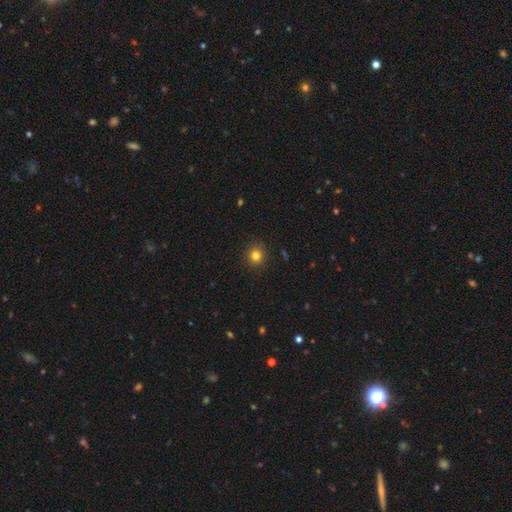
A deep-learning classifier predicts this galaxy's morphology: Smooth or featured?
  - smooth: 81% *
  - star or artifact: 13%
  - featured or disk: 6%
How rounded?
  - round: 90% *
  - in between: 9%
  - cigar-shaped: 1%
Merging?
  - none: 90% *
  - minor disturbance: 7%
  - major disturbance: 2%
  - merger: 1%